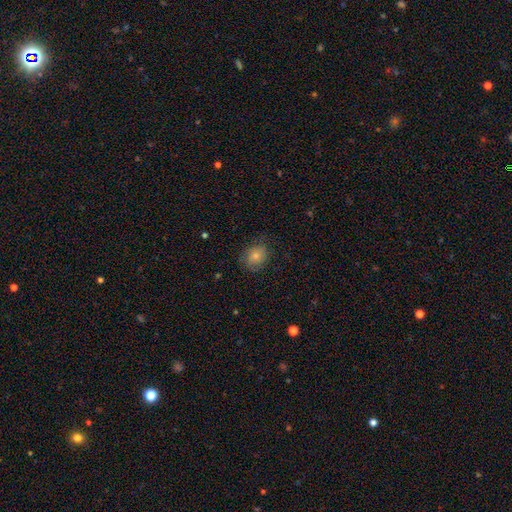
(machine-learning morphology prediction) Overall: smooth (65%). How rounded: round (62%; in between 37%). Merging: none (76%).